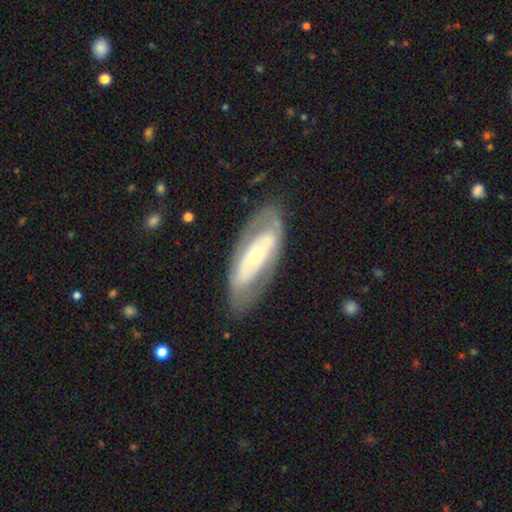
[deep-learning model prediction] Smooth or featured?
  - featured or disk: 71% *
  - smooth: 24%
  - star or artifact: 5%
Edge-on disk?
  - no: 87% *
  - yes: 13%
Bar?
  - no: 56% *
  - strong: 25%
  - weak: 19%
Spiral arms?
  - no: 55% *
  - yes: 45%
Bulge size?
  - small: 59% *
  - moderate: 35%
  - large: 4%
  - dominant: 1%
  - none: 1%
Merging?
  - none: 72% *
  - minor disturbance: 16%
  - major disturbance: 10%
  - merger: 2%